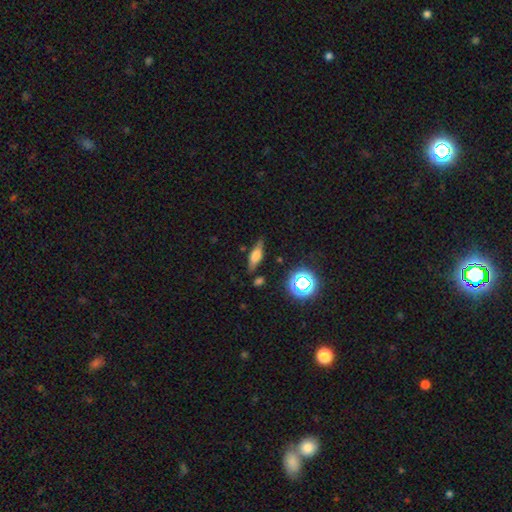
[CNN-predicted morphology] type=smooth (45%); merging=none (78%).